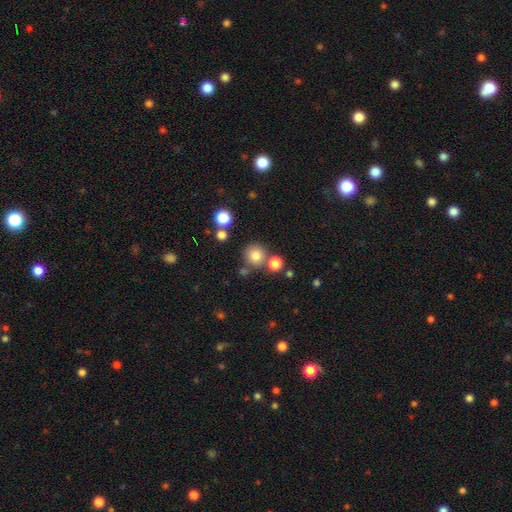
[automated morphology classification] smooth 80%, star or artifact 13%, featured or disk 7%. Down the decision tree: how rounded — round (92%); merging — none (72%).